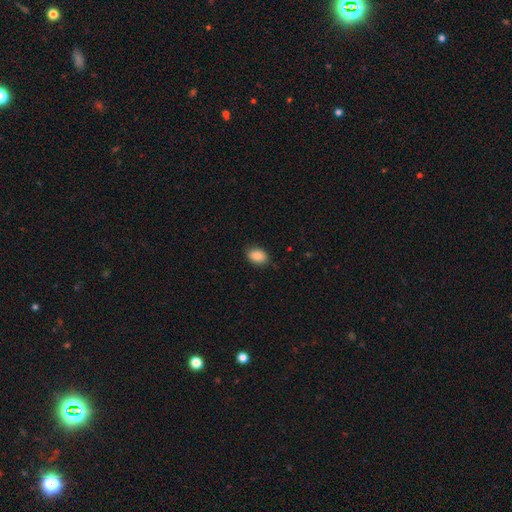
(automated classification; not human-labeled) This appears to be a smooth galaxy with no disk features (87%) that is in between round and cigar-shaped (80%). Merging: none (85%).